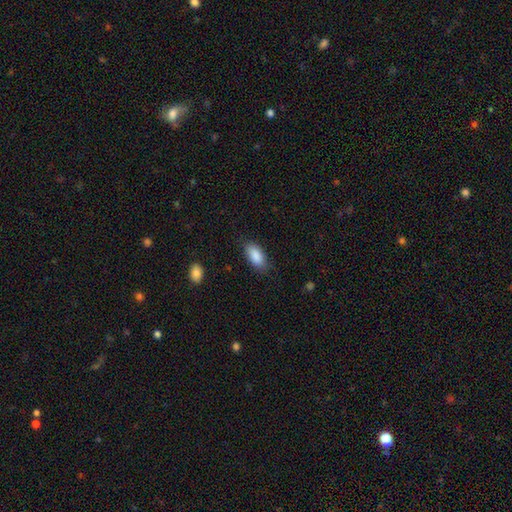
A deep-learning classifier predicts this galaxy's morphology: smooth 88%, star or artifact 7%, featured or disk 5%. Down the decision tree: how rounded — in between (90%); merging — none (80%).